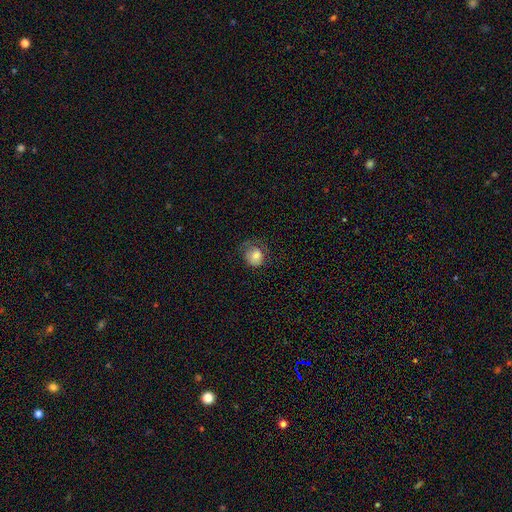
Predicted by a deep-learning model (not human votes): Smooth or featured?
  - smooth: 74% *
  - featured or disk: 17%
  - star or artifact: 9%
How rounded?
  - round: 76% *
  - in between: 23%
  - cigar-shaped: 1%
Merging?
  - none: 52% *
  - minor disturbance: 24%
  - major disturbance: 23%
  - merger: 1%